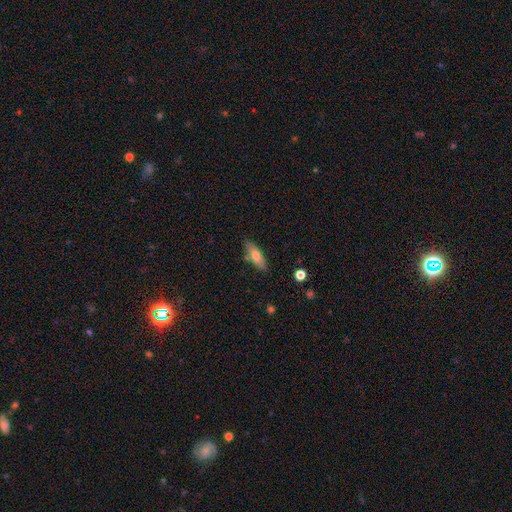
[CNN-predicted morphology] smooth_or_featured: smooth (p=0.69) [alt: featured or disk p=0.25]
how_rounded: in between (p=0.64) [alt: cigar-shaped p=0.34]
merging: none (p=0.78) [alt: minor disturbance p=0.14]